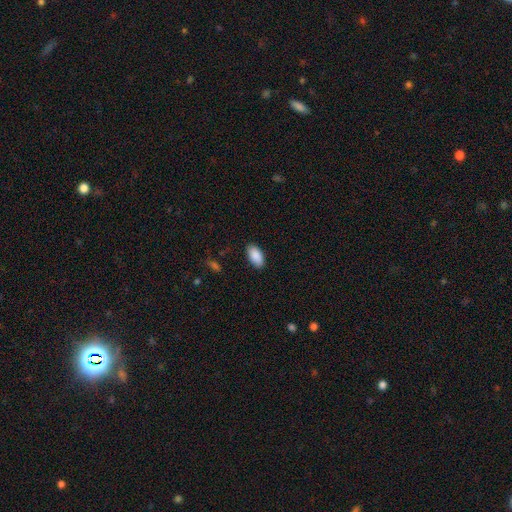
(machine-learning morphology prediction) This is clearly a smooth galaxy (90%). How rounded: clearly in between (95%). Merging: clearly none (87%).